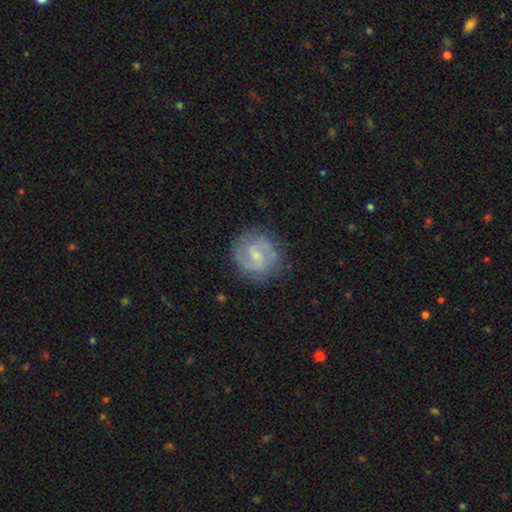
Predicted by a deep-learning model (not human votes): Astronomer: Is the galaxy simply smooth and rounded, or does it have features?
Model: featured or disk — 76%.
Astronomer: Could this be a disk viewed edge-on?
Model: no — 98%.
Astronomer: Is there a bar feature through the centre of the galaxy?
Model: weak — 59%.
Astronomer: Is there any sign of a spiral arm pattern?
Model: yes — 93%.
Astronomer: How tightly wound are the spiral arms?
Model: medium — 51% (runner-up: tight, 31%).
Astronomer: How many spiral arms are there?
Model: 2 — 85%.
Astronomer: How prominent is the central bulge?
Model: small — 58%.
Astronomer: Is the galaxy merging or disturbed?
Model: none — 80%.